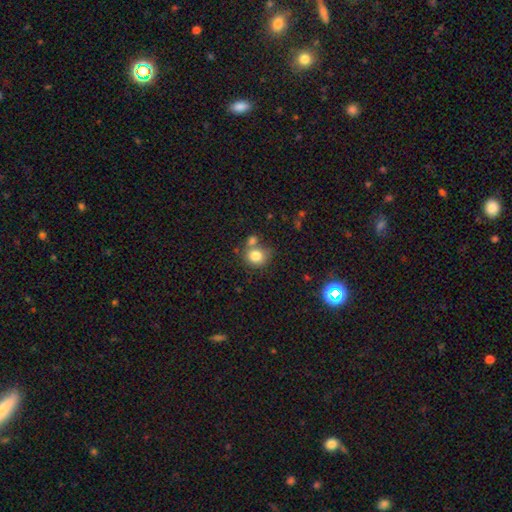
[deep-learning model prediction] smooth-or-featured: smooth: 80% | star or artifact: 11% | featured or disk: 9%
  how-rounded: round: 76% | in between: 23% | cigar-shaped: 1%
  merging: none: 54% | merger: 29% | minor disturbance: 13% | major disturbance: 5%